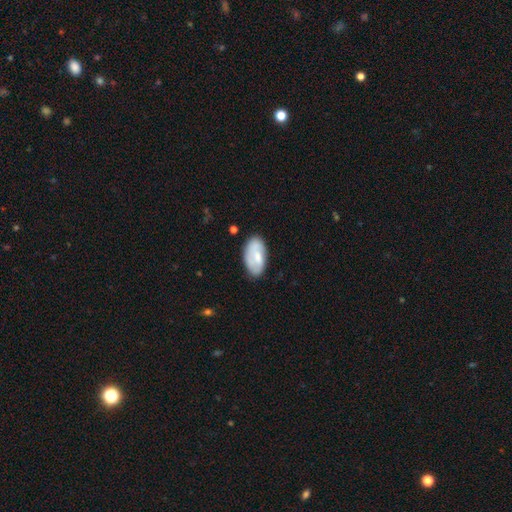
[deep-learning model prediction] A smooth galaxy with no disk features (63%) that is in between round and cigar-shaped (94%). Merging: none (71%).